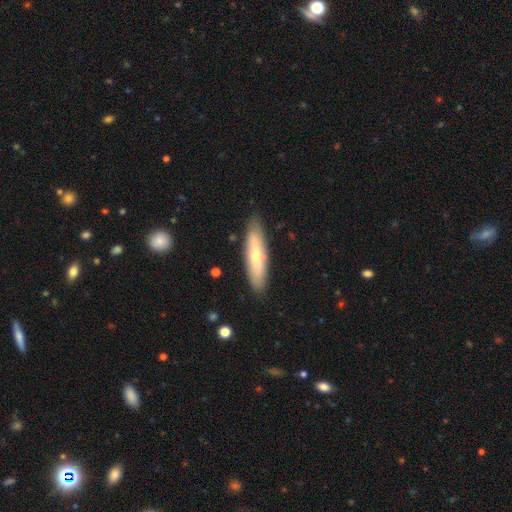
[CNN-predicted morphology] This appears to be a smooth galaxy with no disk features (55%) that is cigar-shaped (75%). Merging: none (87%).